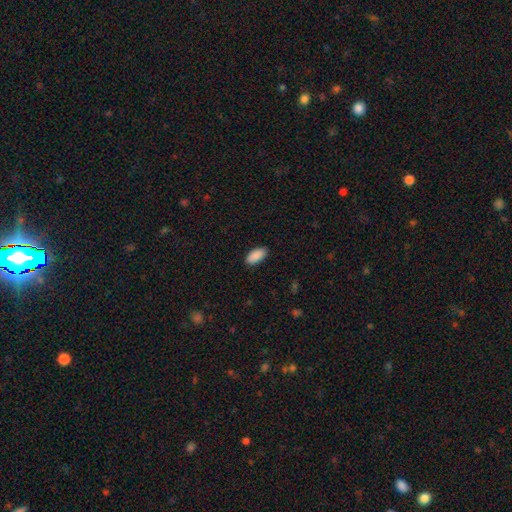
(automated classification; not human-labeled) smooth_or_featured: smooth (p=0.91) [alt: star or artifact p=0.06]
how_rounded: in between (p=0.93) [alt: cigar-shaped p=0.05]
merging: none (p=0.88) [alt: minor disturbance p=0.09]